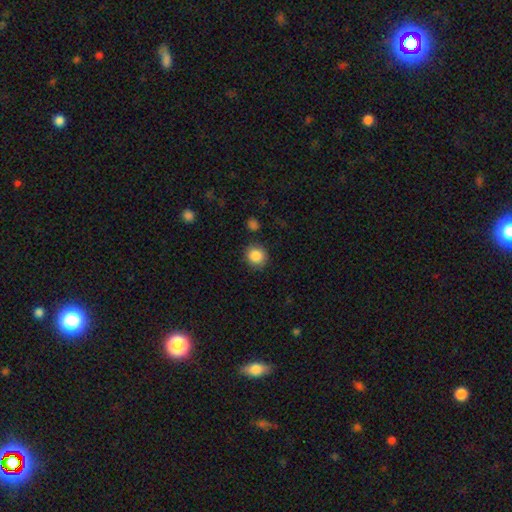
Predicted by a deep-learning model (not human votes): The model was most divided on "how rounded": round: 88%, in between: 12%, cigar-shaped: 1%. More confident: smooth or featured — smooth (87%); merging — none (87%).